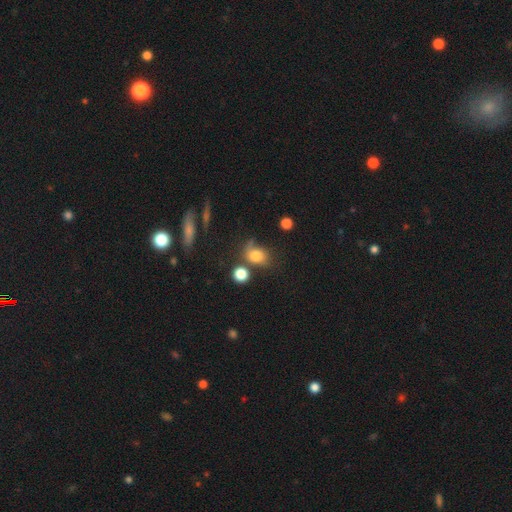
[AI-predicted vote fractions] Smooth or featured: smooth — 76% (star or artifact — 12%)
How rounded: round — 50% (in between — 49%)
Merging: none — 47% (minor disturbance — 24%)